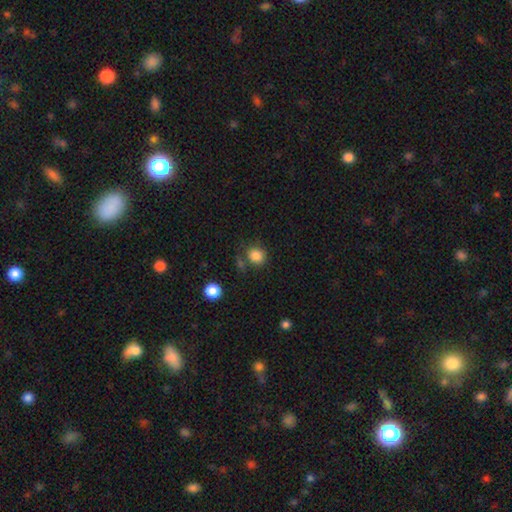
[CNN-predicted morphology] The model was most divided on "merging": none: 73%, minor disturbance: 13%, merger: 9%, major disturbance: 5%. More confident: smooth or featured — smooth (84%); how rounded — round (83%).